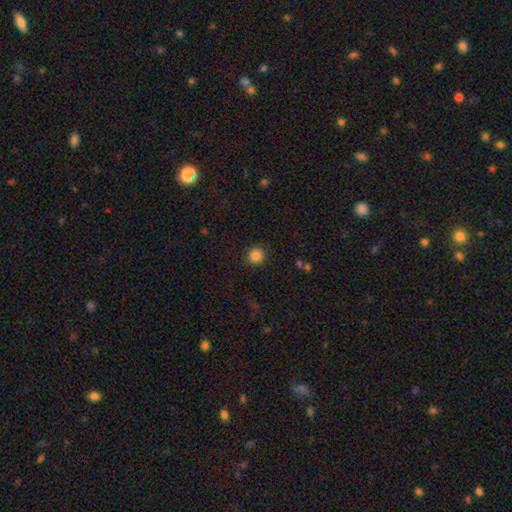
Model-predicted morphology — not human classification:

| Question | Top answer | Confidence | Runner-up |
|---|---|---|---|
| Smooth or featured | smooth | 85% | star or artifact (11%) |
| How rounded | round | 93% | in between (6%) |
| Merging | none | 90% | minor disturbance (6%) |